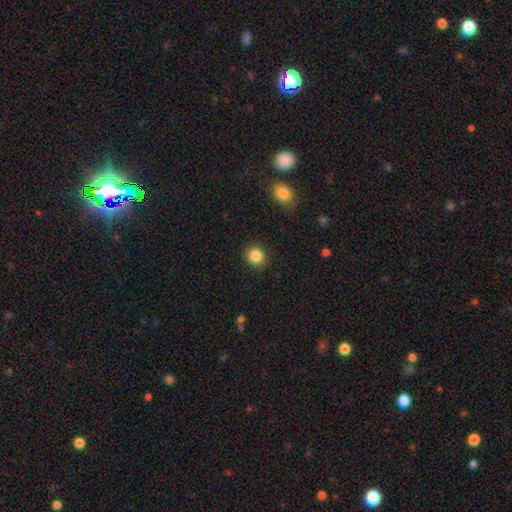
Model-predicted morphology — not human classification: The model was most divided on "smooth or featured": smooth: 86%, star or artifact: 10%, featured or disk: 4%. More confident: merging — none (90%); how rounded — round (88%).